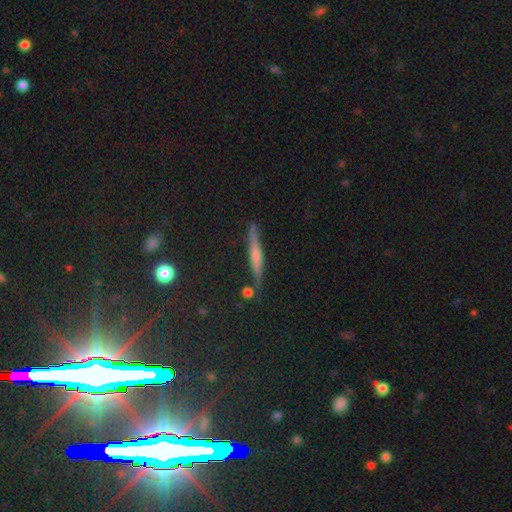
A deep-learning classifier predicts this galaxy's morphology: A featured or disk galaxy (52%) viewed edge-on (95%). Merging: none (86%).